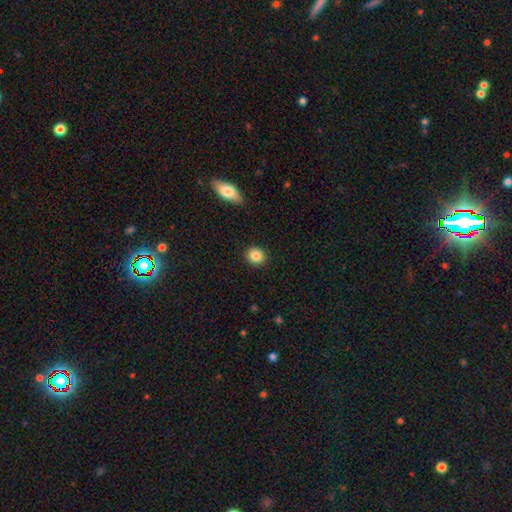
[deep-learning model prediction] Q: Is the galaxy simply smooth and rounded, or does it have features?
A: smooth — 85%.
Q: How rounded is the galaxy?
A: round — 82%.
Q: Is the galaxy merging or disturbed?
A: none — 91%.